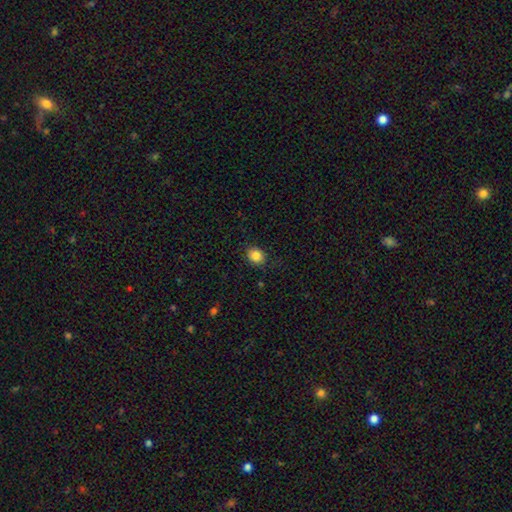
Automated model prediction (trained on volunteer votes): Q: Smooth or featured?
A: smooth (85%); runner-up: star or artifact (10%)
Q: How rounded?
A: round (63%); runner-up: in between (36%)
Q: Merging?
A: none (84%); runner-up: minor disturbance (12%)